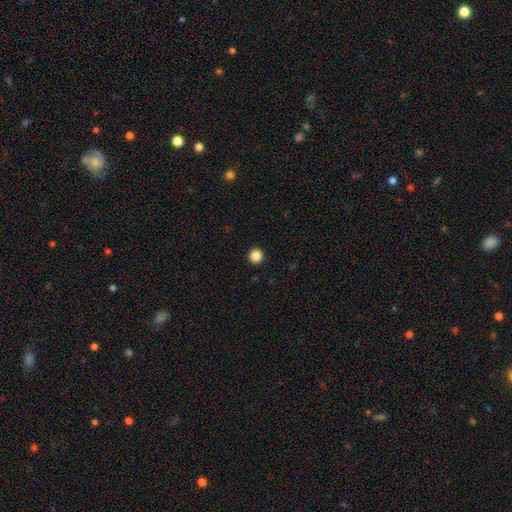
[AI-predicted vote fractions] Morphology: type=smooth (86%); roundness=round (96%); merging=none (94%).